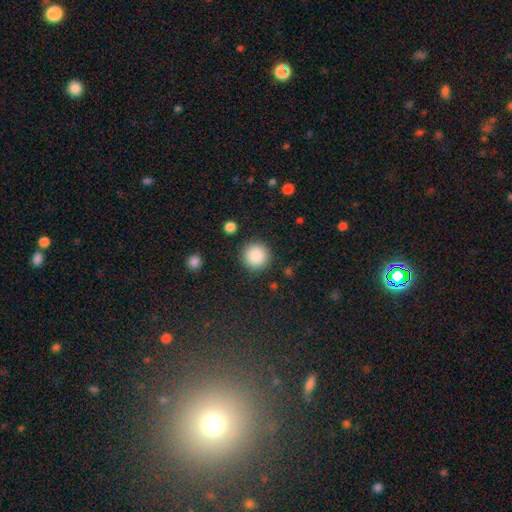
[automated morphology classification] Smooth or featured: smooth — 88% (star or artifact — 8%)
How rounded: round — 95% (in between — 4%)
Merging: none — 90% (minor disturbance — 6%)